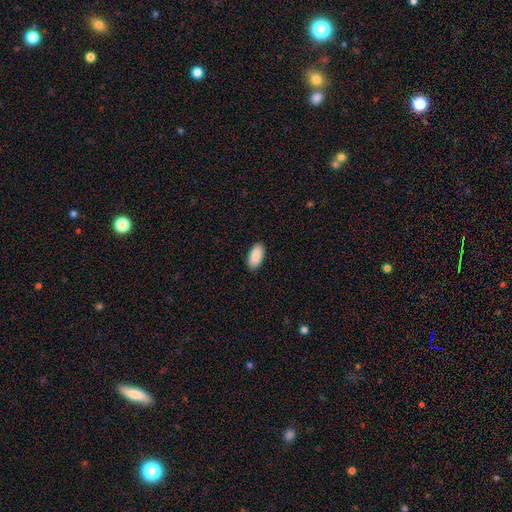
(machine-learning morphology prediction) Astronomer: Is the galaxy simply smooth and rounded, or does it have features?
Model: smooth — 91%.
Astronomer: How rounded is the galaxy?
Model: in between — 94%.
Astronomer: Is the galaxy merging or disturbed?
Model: none — 90%.